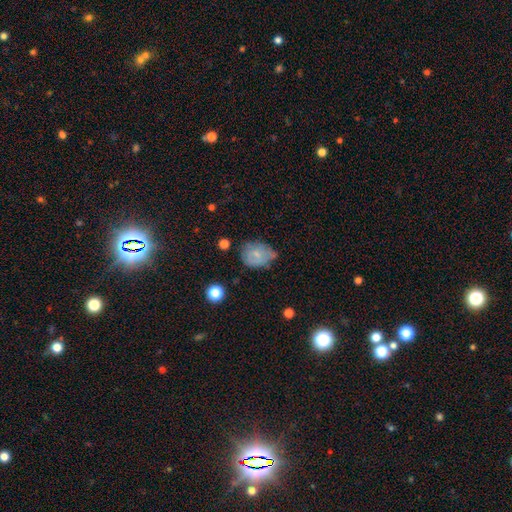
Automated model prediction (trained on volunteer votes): Smooth or featured? Predicted: smooth (p=0.63). How rounded? Predicted: in between (p=0.58). Merging? Predicted: none (p=0.45).